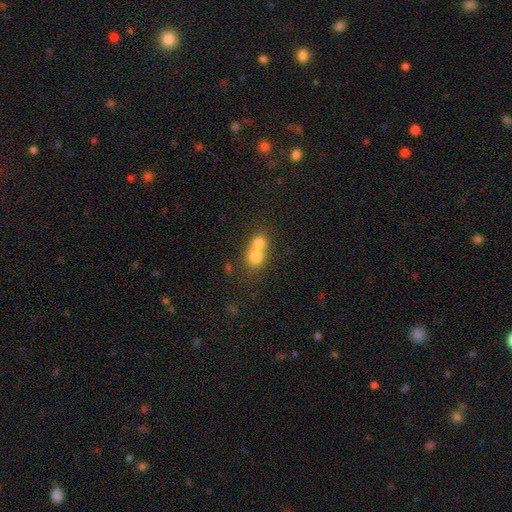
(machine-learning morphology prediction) A smooth galaxy with no disk features (72%) that is round (72%). Merging: merger (71%).